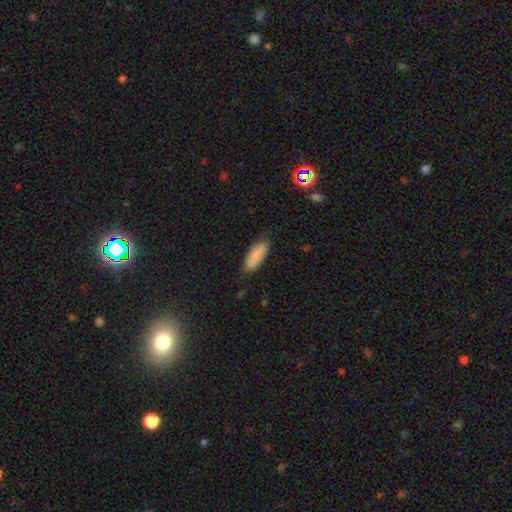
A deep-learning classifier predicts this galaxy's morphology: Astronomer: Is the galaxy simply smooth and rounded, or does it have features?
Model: smooth — 85%.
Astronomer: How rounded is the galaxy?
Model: in between — 68%.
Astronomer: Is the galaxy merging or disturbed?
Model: none — 73%.